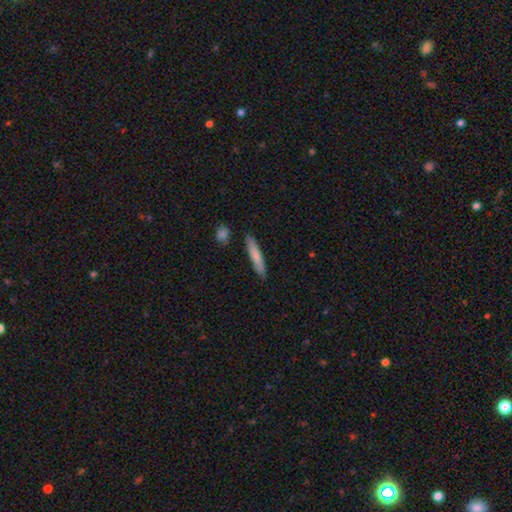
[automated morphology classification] This appears to be a smooth galaxy with no disk features (75%) that is cigar-shaped (91%). Merging: none (86%).